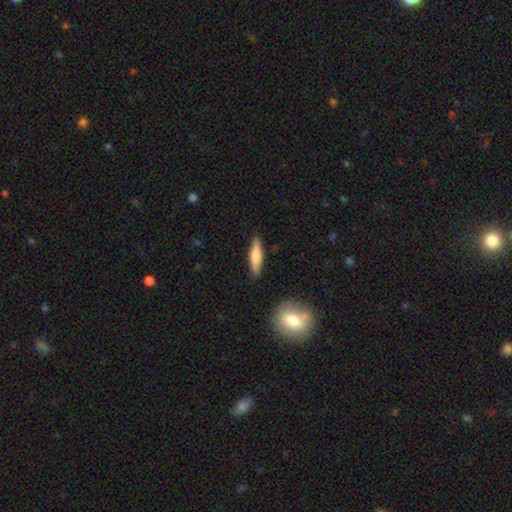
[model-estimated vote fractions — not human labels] smooth_or_featured: smooth (p=0.64) [alt: featured or disk p=0.30]
how_rounded: cigar-shaped (p=0.72) [alt: in between p=0.26]
merging: none (p=0.87) [alt: minor disturbance p=0.09]